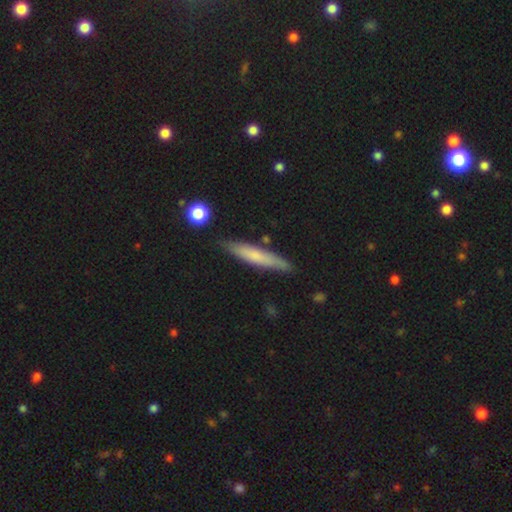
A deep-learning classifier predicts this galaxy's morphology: type=smooth (63%); roundness=cigar-shaped (91%); merging=none (84%).